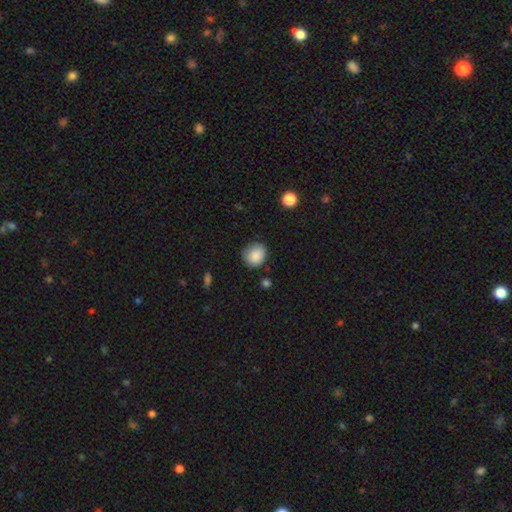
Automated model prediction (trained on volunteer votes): Overall: smooth (87%). How rounded: round (78%). Merging: none (80%).